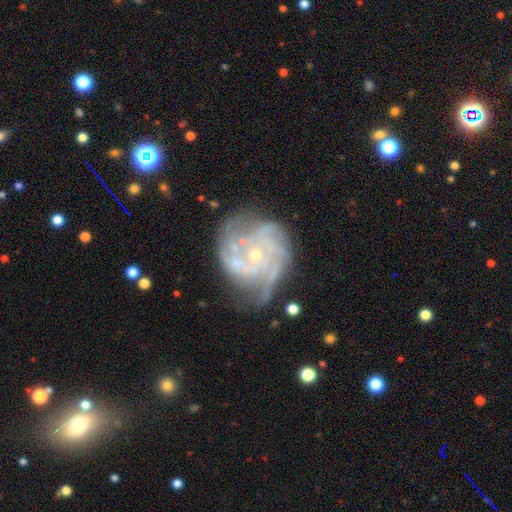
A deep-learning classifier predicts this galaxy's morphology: Smooth or featured? featured or disk (87%)
Edge-on disk? no (98%)
Bar? no (77%)
Spiral arms? yes (95%)
Spiral winding? tight (57%)
Spiral arm count? 4 (26%)
Bulge size? small (74%)
Merging? none (58%)